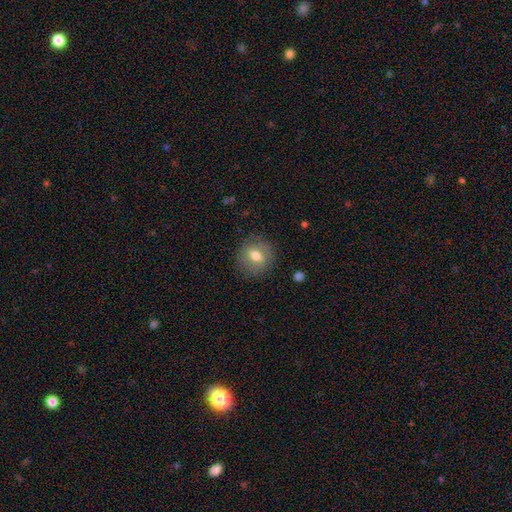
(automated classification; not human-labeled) smooth 67%, featured or disk 24%, star or artifact 9%. Down the decision tree: how rounded — round (73%); merging — none (83%).